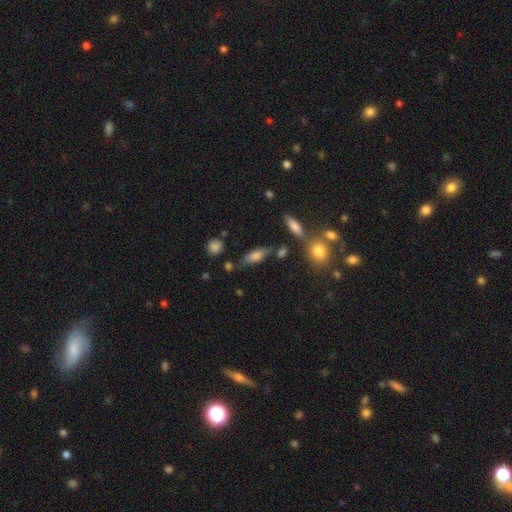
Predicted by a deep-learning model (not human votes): A smooth galaxy with no disk features (68%) that is in between round and cigar-shaped (63%). Merging: none (66%).